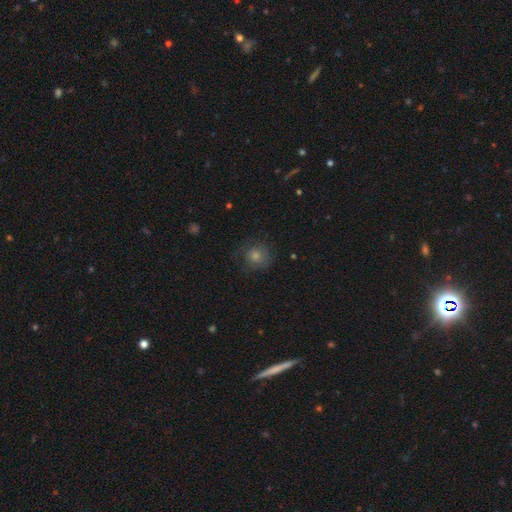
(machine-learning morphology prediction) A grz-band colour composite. It shows a smooth galaxy with no disk features (58%) that is round (89%). Merging: none (79%).